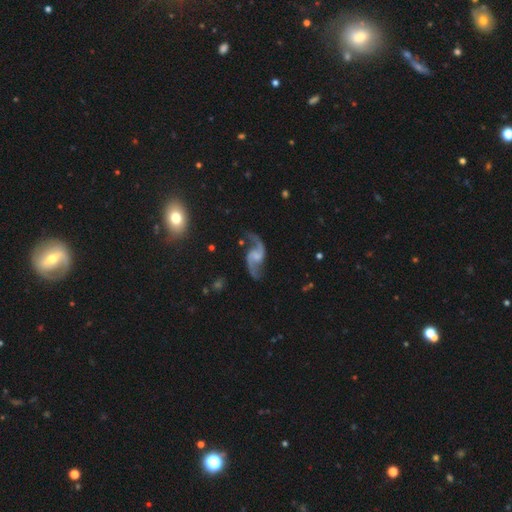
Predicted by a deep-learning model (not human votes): Smooth or featured?
  - featured or disk: 91% *
  - star or artifact: 5%
  - smooth: 4%
Edge-on disk?
  - no: 98% *
  - yes: 2%
Bar?
  - weak: 45% *
  - no: 43%
  - strong: 12%
Spiral arms?
  - yes: 97% *
  - no: 3%
Spiral winding?
  - loose: 75% *
  - medium: 21%
  - tight: 4%
Spiral arm count?
  - 2: 94% *
  - 1: 2%
  - can't tell: 1%
  - 3: 1%
  - 4: 1%
  - more than 4: 1%
Bulge size?
  - none: 43% *
  - small: 32%
  - moderate: 19%
  - large: 5%
  - dominant: 1%
Merging?
  - none: 74% *
  - minor disturbance: 15%
  - major disturbance: 8%
  - merger: 3%